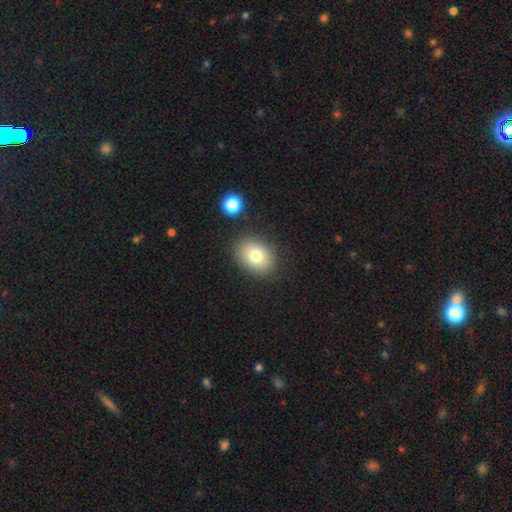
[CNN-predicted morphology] type=smooth (78%); roundness=in between (69%); merging=none (84%).